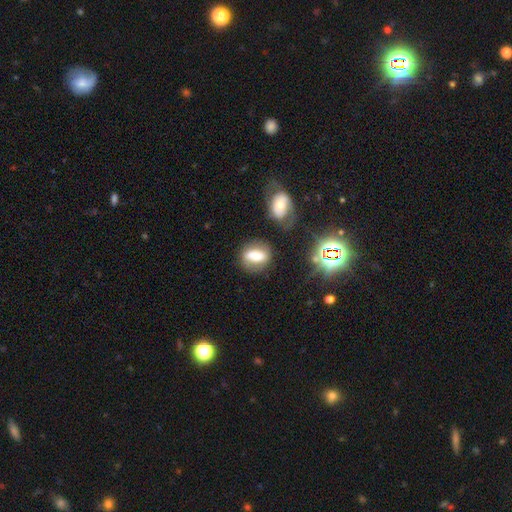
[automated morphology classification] Smooth or featured? Predicted: smooth (p=0.62). How rounded? Predicted: in between (p=0.66). Merging? Predicted: none (p=0.71).